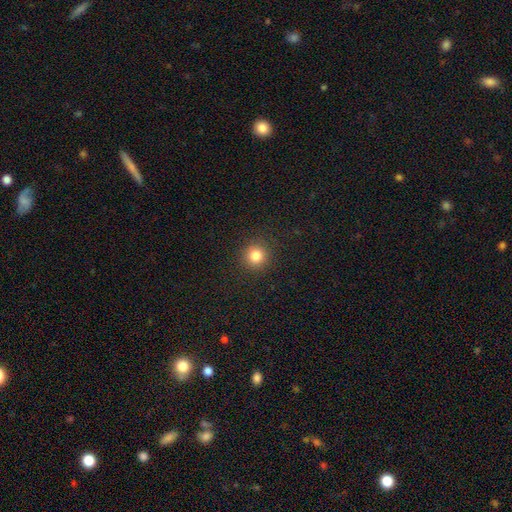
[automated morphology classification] Overall: smooth (83%). How rounded: round (93%). Merging: none (91%).